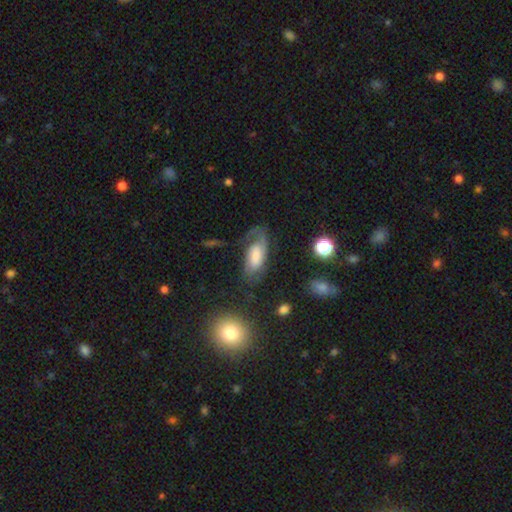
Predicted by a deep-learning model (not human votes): Morphology: type=featured or disk (60%); edge-on=no (92%); bar=no (55%); spiral arms=yes (87%); bulge=large (32%); merging=none (48%).